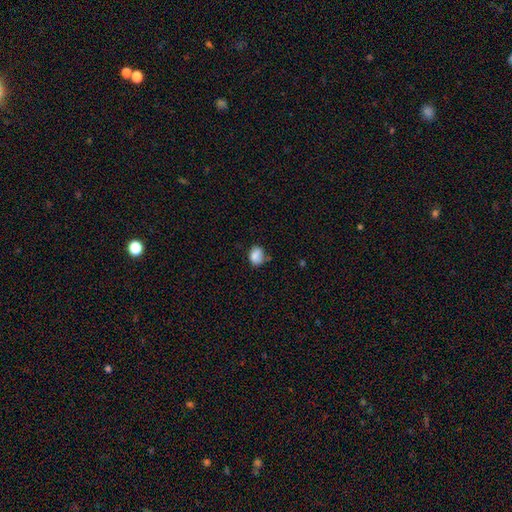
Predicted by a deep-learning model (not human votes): A smooth galaxy with no disk features (82%) that is in between round and cigar-shaped (62%).

Vote fractions:
- Smooth or featured? smooth: 82% / star or artifact: 9% / featured or disk: 9%
- How rounded? in between: 62% / round: 37% / cigar-shaped: 1%
- Merging? none: 55% / minor disturbance: 29% / merger: 8% / major disturbance: 8%